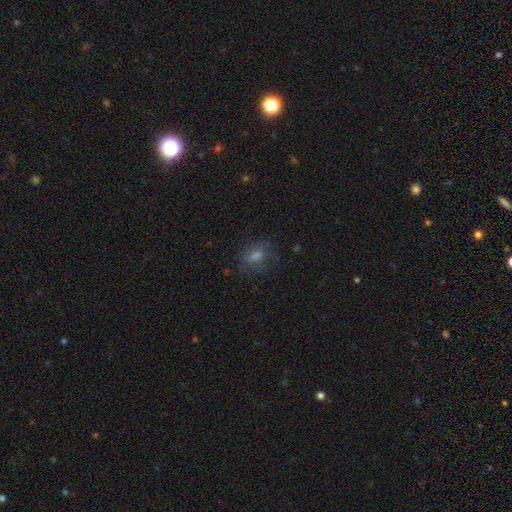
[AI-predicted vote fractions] The model was most divided on "how rounded": in between: 58%, round: 39%, cigar-shaped: 3%. More confident: merging — none (71%); smooth or featured — smooth (60%).